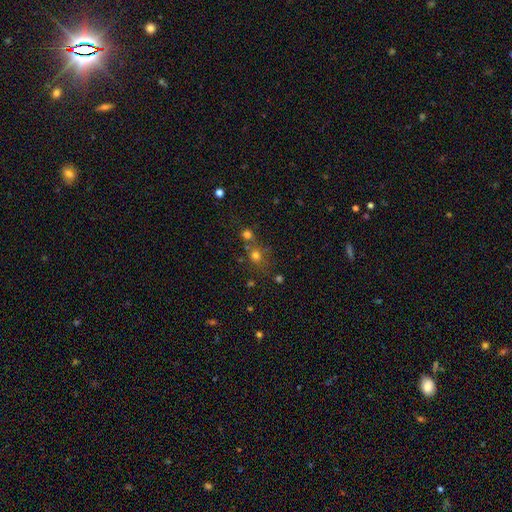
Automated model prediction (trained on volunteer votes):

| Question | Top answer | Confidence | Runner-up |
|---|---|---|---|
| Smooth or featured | smooth | 69% | star or artifact (21%) |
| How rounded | round | 77% | in between (21%) |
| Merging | none | 53% | merger (31%) |